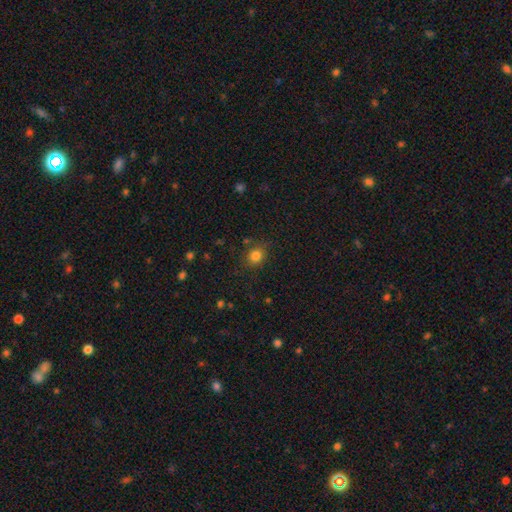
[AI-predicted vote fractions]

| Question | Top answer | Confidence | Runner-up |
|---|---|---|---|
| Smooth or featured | smooth | 82% | star or artifact (12%) |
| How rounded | round | 71% | in between (28%) |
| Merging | none | 79% | minor disturbance (14%) |